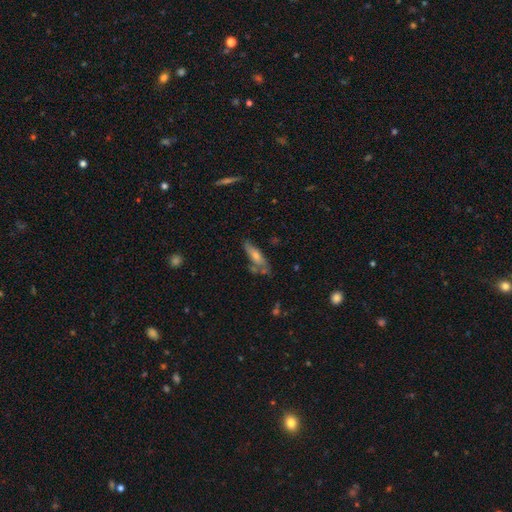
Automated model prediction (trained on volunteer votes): This is possibly a smooth galaxy (58%). How rounded: possibly cigar-shaped (52%). Merging: possibly none (54%).